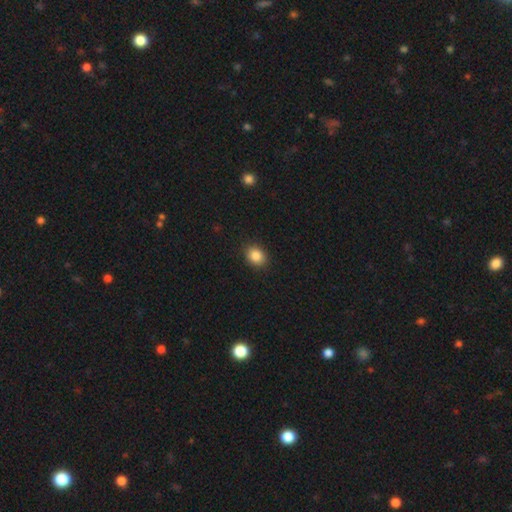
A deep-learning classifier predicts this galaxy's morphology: Overall: smooth (86%). How rounded: in between (55%; round 44%). Merging: none (89%).